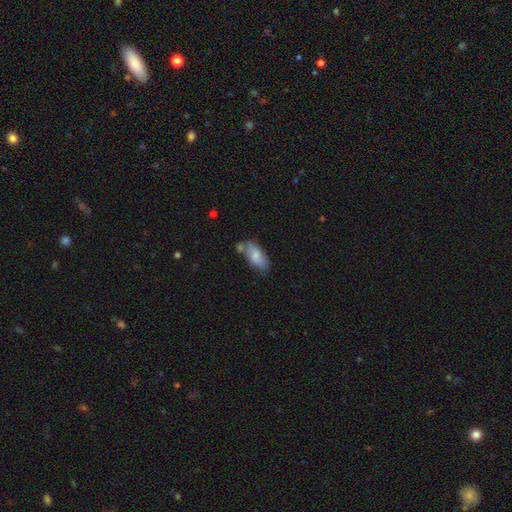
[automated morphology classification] The model was most divided on "merging": none: 57%, minor disturbance: 23%, merger: 15%, major disturbance: 5%. More confident: how rounded — in between (86%); smooth or featured — smooth (75%).